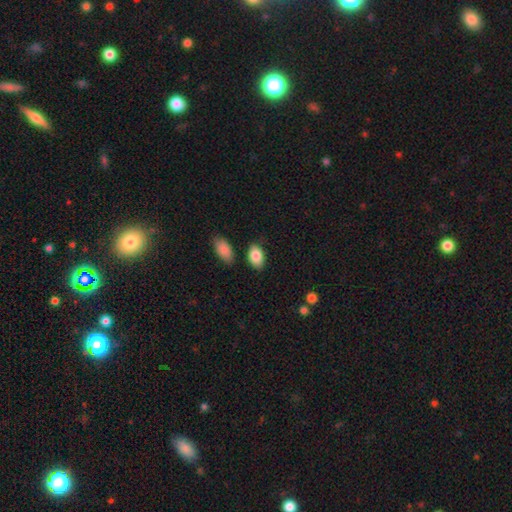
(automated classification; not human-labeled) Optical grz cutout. It shows a smooth galaxy with no disk features (87%) that is in between round and cigar-shaped (91%). Merging: none (81%).